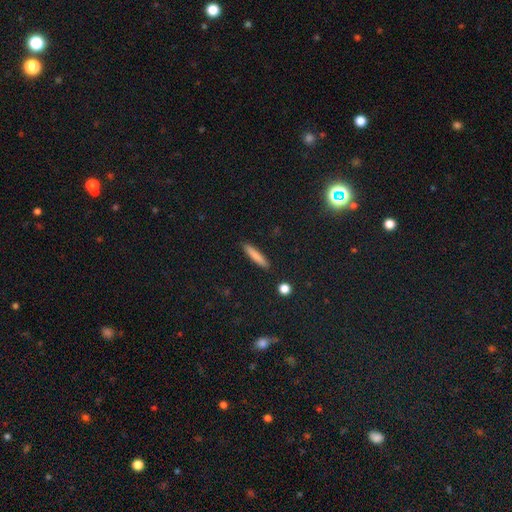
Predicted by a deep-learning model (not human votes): This appears to be a smooth galaxy with no disk features (81%) that is cigar-shaped (91%). Merging: none (90%).